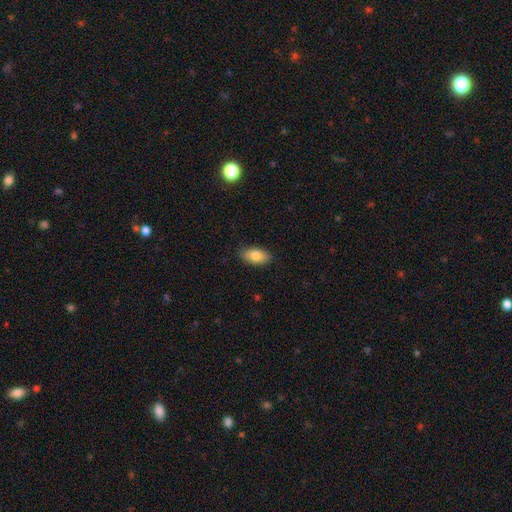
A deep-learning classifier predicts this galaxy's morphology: Overall: smooth (82%). How rounded: in between (92%). Merging: none (86%).